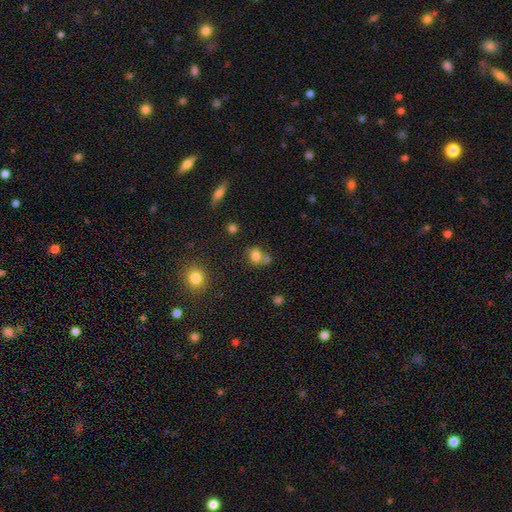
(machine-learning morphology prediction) smooth_or_featured: smooth (p=0.78) [alt: star or artifact p=0.13]
how_rounded: round (p=0.56) [alt: in between p=0.42]
merging: none (p=0.47) [alt: merger p=0.33]